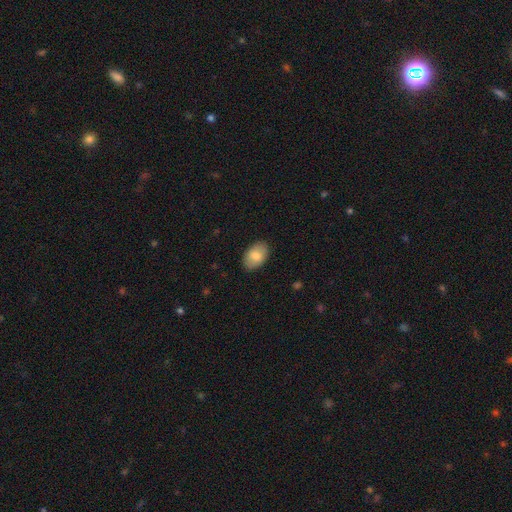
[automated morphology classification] Overall: smooth (81%). How rounded: in between (91%). Merging: none (88%).